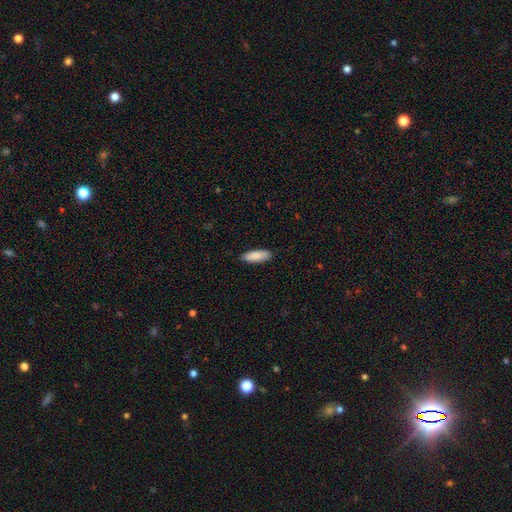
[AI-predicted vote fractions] Q: Smooth or featured?
A: smooth (89%); runner-up: star or artifact (6%)
Q: How rounded?
A: in between (59%); runner-up: cigar-shaped (40%)
Q: Merging?
A: none (88%); runner-up: minor disturbance (9%)